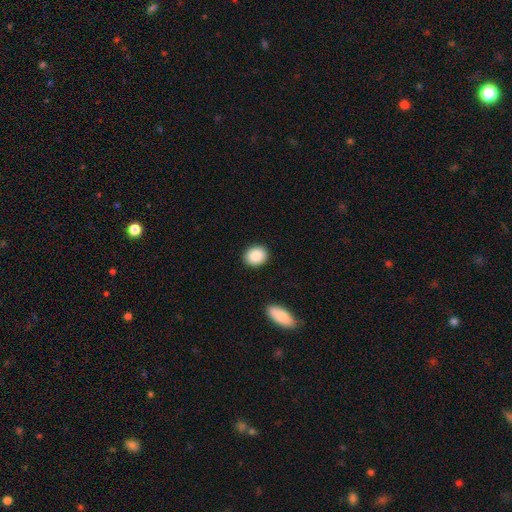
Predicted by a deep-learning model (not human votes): Smooth or featured? Predicted: smooth (p=0.89). How rounded? Predicted: round (p=0.55). Merging? Predicted: none (p=0.89).